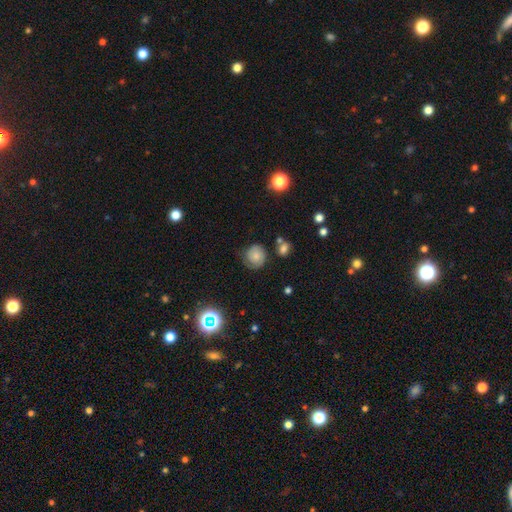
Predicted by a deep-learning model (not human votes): This appears to be a smooth galaxy with no disk features (54%) that is round (84%). Merging: none (65%).